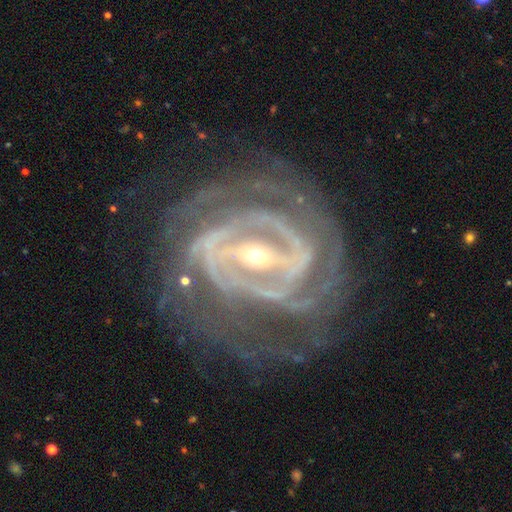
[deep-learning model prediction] Smooth or featured? featured or disk (92%)
Edge-on disk? no (95%)
Bar? strong (77%)
Spiral arms? yes (96%)
Spiral winding? tight (75%)
Spiral arm count? can't tell (28%)
Bulge size? small (64%)
Merging? none (72%)